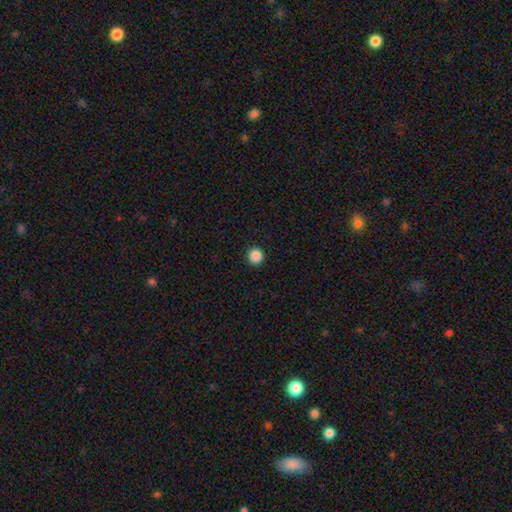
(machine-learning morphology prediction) Smooth or featured: smooth — 87% (star or artifact — 10%)
How rounded: round — 94% (in between — 5%)
Merging: none — 93% (minor disturbance — 5%)